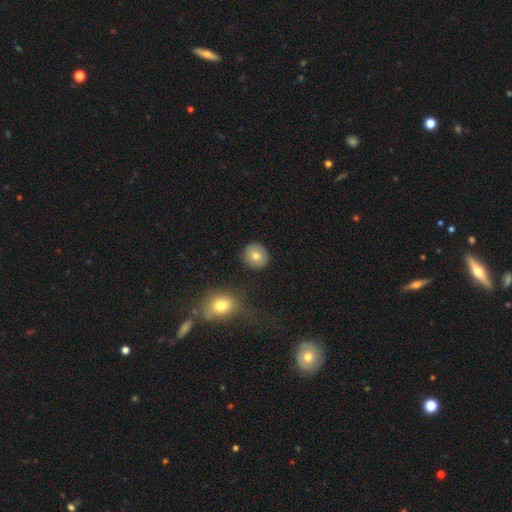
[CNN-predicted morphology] Q: Smooth or featured?
A: smooth (79%); runner-up: featured or disk (12%)
Q: How rounded?
A: round (88%); runner-up: in between (11%)
Q: Merging?
A: none (88%); runner-up: minor disturbance (7%)